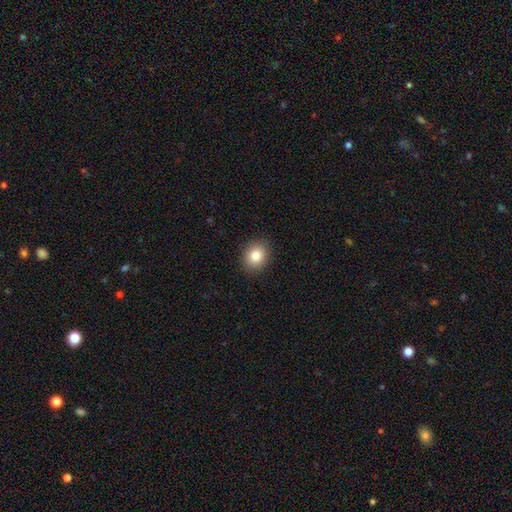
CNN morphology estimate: smooth_or_featured: smooth (p=0.83) [alt: star or artifact p=0.10]
how_rounded: round (p=0.60) [alt: in between p=0.39]
merging: none (p=0.90) [alt: minor disturbance p=0.07]